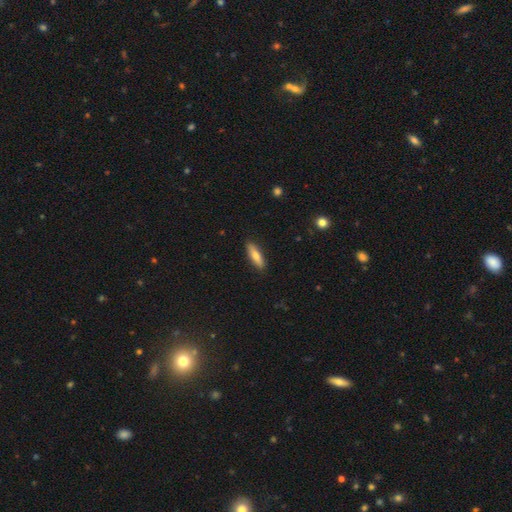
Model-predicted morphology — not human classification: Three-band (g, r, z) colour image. It shows a smooth galaxy with no disk features (71%) that is cigar-shaped (60%). Merging: none (89%).